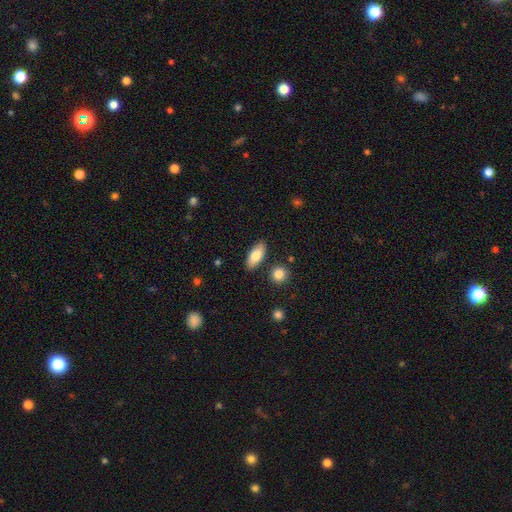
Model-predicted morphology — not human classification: This is likely a smooth galaxy (78%). How rounded: clearly in between (82%). Merging: clearly none (86%).